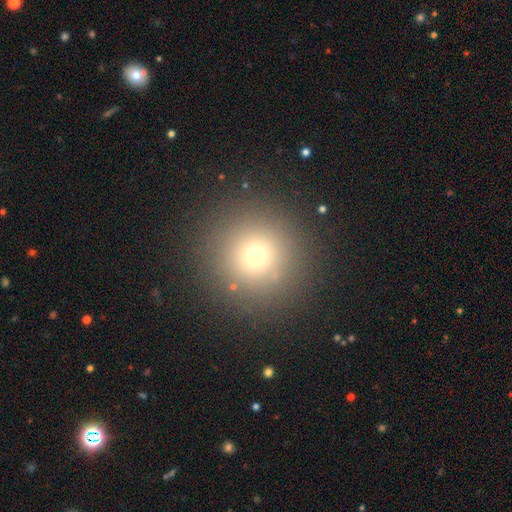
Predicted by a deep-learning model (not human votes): A smooth galaxy with no disk features (68%) that is round (95%).

Vote fractions:
- Smooth or featured? smooth: 68% / star or artifact: 22% / featured or disk: 9%
- How rounded? round: 95% / in between: 4% / cigar-shaped: 1%
- Merging? none: 89% / minor disturbance: 6% / major disturbance: 3% / merger: 2%